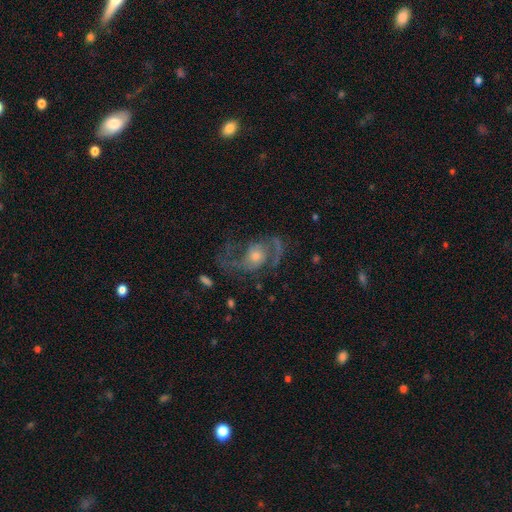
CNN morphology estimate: This appears to be a featured or disk galaxy (82%) with no bar (70%), 2 (86%) loose (45%, tied with medium) spiral arms (91%) and a moderate central bulge (52%). Merging: none (58%).